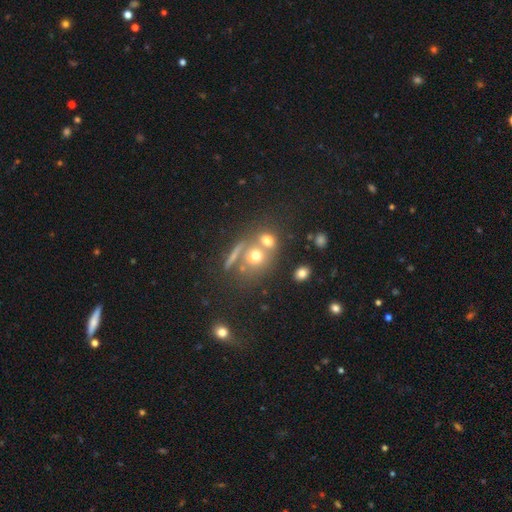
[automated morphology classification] This appears to be a smooth galaxy with no disk features (62%) that is round (76%). Merging: none (45%).